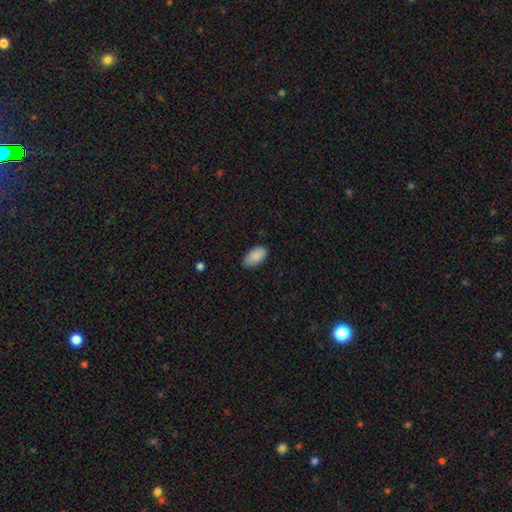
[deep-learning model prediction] This is clearly a smooth galaxy (89%). How rounded: clearly in between (95%). Merging: clearly none (80%).